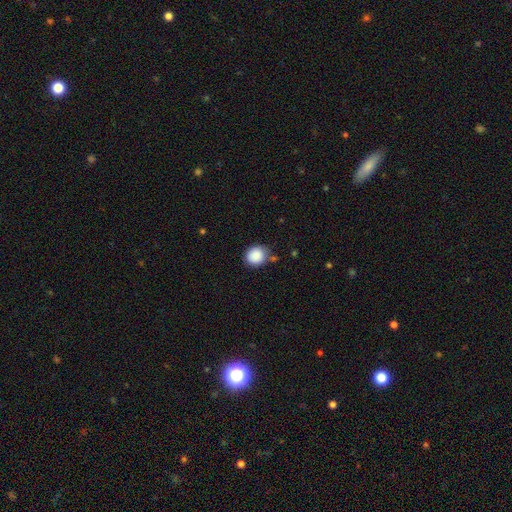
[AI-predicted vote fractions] Smooth or featured? smooth (88%)
How rounded? round (77%)
Merging? none (74%)